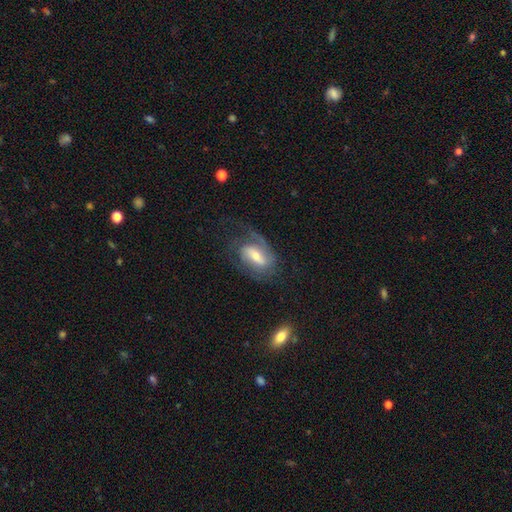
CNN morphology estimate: Smooth or featured: featured or disk — 76% (smooth — 17%)
Edge-on disk: no — 94% (yes — 6%)
Bar: weak — 43% (strong — 36%)
Spiral arms: yes — 91% (no — 9%)
Spiral winding: medium — 44% (tight — 30%)
Spiral arm count: 2 — 54% (1 — 27%)
Bulge size: moderate — 50% (small — 38%)
Merging: none — 55% (major disturbance — 24%)